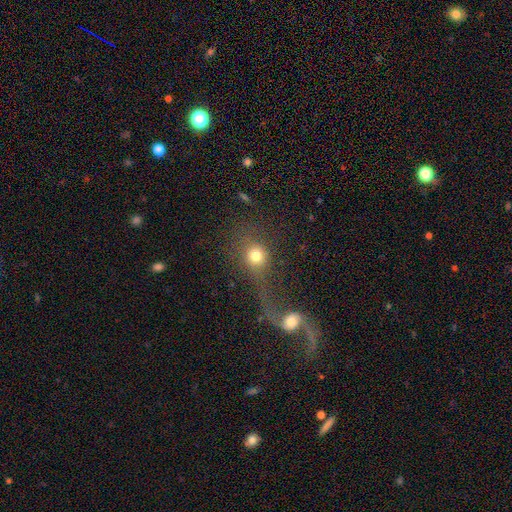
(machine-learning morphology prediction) The model was most divided on "merging": merger: 42%, none: 28%, major disturbance: 21%, minor disturbance: 9%. More confident: how rounded — round (81%); smooth or featured — smooth (69%).